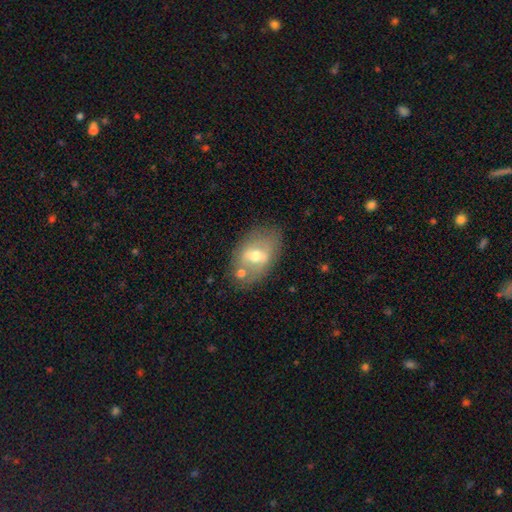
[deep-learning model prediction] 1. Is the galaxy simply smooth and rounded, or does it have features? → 49% featured or disk, 43% smooth, 8% star or artifact.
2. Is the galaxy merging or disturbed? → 69% none, 16% minor disturbance, 9% merger, 6% major disturbance.